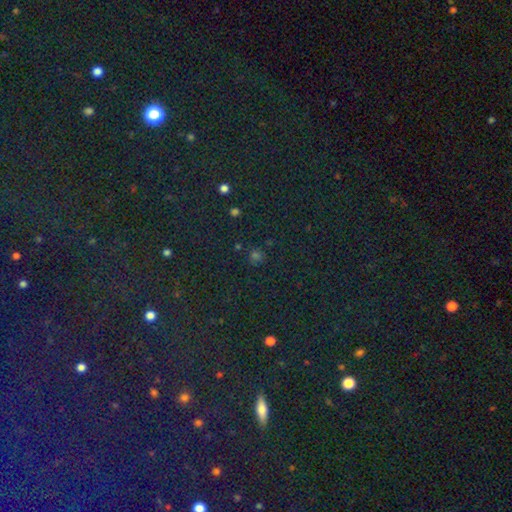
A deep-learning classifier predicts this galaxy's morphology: Smooth or featured? star or artifact (48%)